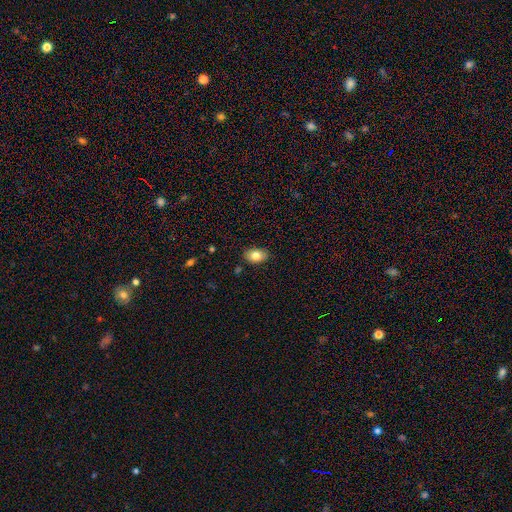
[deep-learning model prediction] smooth_or_featured: smooth (p=0.81) [alt: featured or disk p=0.11]
how_rounded: in between (p=0.85) [alt: round p=0.14]
merging: none (p=0.87) [alt: minor disturbance p=0.10]